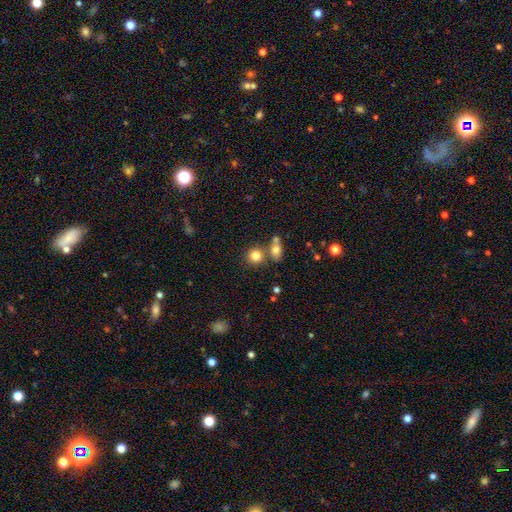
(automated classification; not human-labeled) Smooth or featured: smooth — 81% (star or artifact — 11%)
How rounded: round — 86% (in between — 13%)
Merging: none — 63% (merger — 25%)